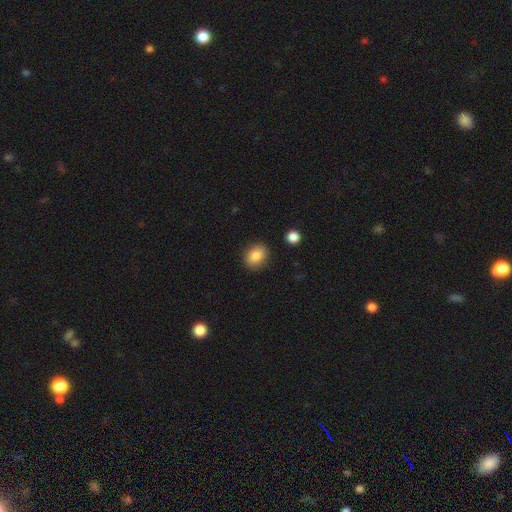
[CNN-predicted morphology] Smooth or featured: smooth — 86% (star or artifact — 9%)
How rounded: round — 51% (in between — 48%)
Merging: none — 87% (minor disturbance — 9%)